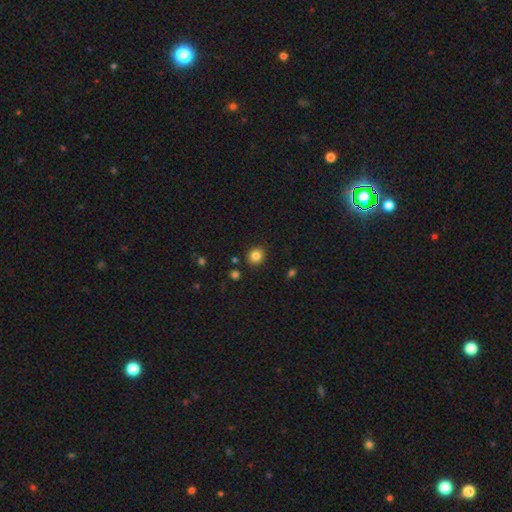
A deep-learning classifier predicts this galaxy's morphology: Smooth or featured? Predicted: smooth (p=0.84). How rounded? Predicted: round (p=0.85). Merging? Predicted: none (p=0.90).